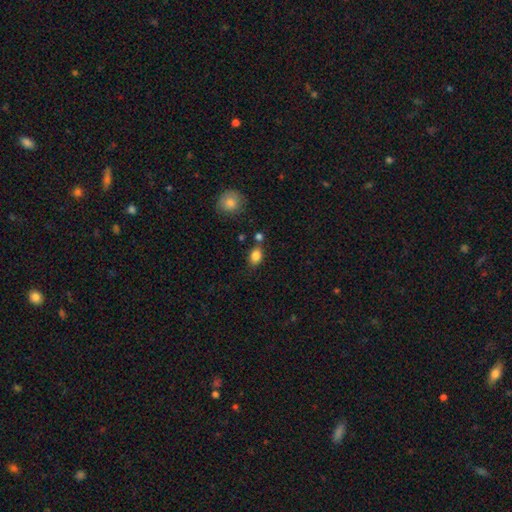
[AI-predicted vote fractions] This is clearly a smooth galaxy (85%). How rounded: likely in between (72%). Merging: likely none (71%).